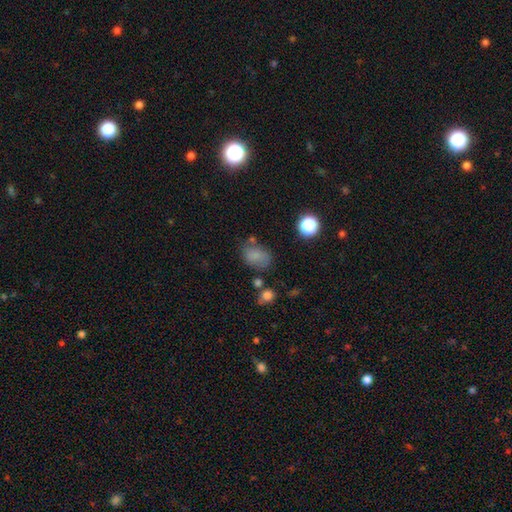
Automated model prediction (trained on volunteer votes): smooth_or_featured: smooth (p=0.74) [alt: star or artifact p=0.14]
how_rounded: in between (p=0.72) [alt: round p=0.26]
merging: none (p=0.60) [alt: minor disturbance p=0.23]